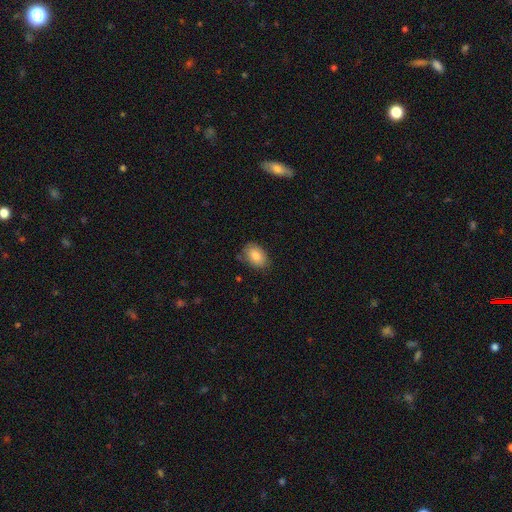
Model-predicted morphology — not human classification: A smooth galaxy with no disk features (83%) that is in between round and cigar-shaped (82%). Merging: none (77%).